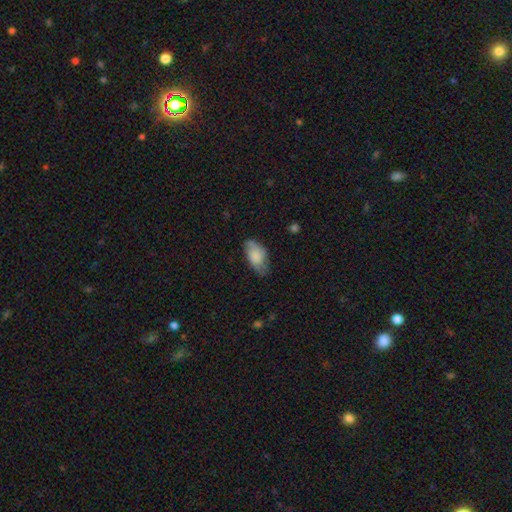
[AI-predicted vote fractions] The model was most divided on "merging": none: 61%, minor disturbance: 30%, major disturbance: 7%, merger: 2%. More confident: how rounded — in between (93%); smooth or featured — smooth (76%).